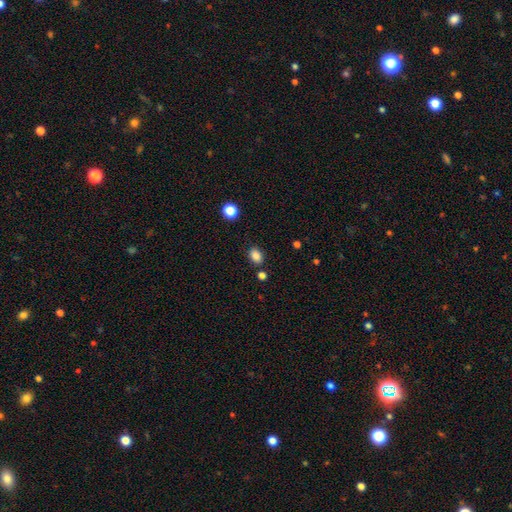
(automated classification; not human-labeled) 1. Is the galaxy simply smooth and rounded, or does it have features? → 85% smooth, 11% star or artifact, 4% featured or disk.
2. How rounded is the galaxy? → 69% in between, 30% round, 1% cigar-shaped.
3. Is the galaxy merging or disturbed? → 81% none, 11% minor disturbance, 5% merger, 3% major disturbance.